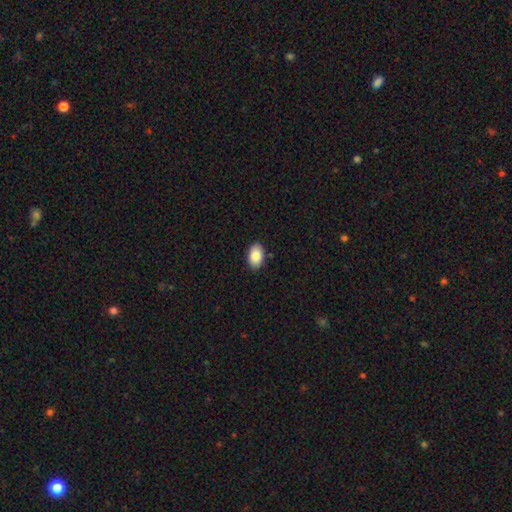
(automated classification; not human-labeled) Q: Smooth or featured?
A: smooth (86%); runner-up: featured or disk (7%)
Q: How rounded?
A: in between (91%); runner-up: round (8%)
Q: Merging?
A: none (88%); runner-up: minor disturbance (9%)